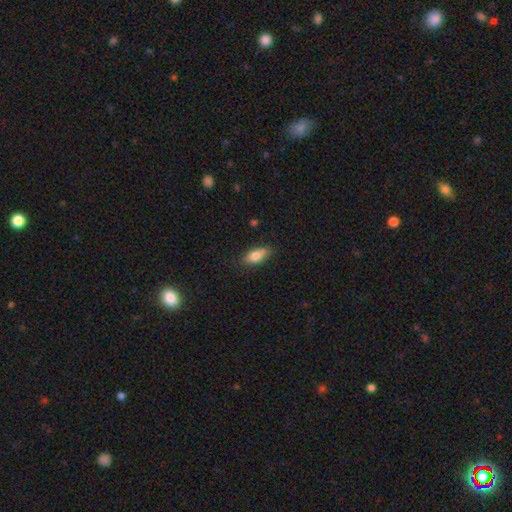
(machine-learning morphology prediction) Q: Smooth or featured?
A: smooth (78%); runner-up: featured or disk (15%)
Q: How rounded?
A: in between (82%); runner-up: cigar-shaped (14%)
Q: Merging?
A: none (77%); runner-up: minor disturbance (18%)